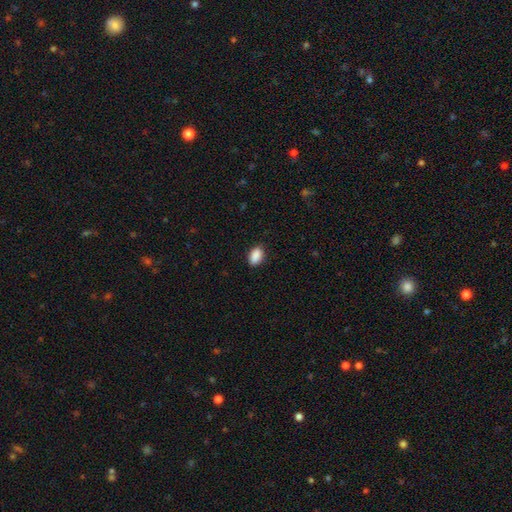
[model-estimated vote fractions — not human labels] This appears to be a smooth galaxy with no disk features (90%) that is in between round and cigar-shaped (90%). Merging: none (86%).